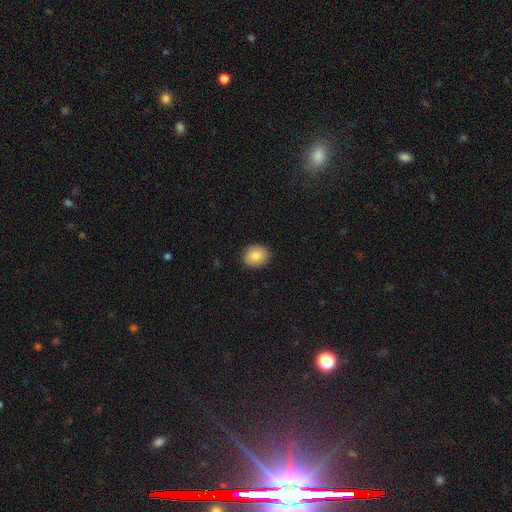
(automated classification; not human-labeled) A smooth galaxy with no disk features (84%) that is round (62%). Merging: none (90%).